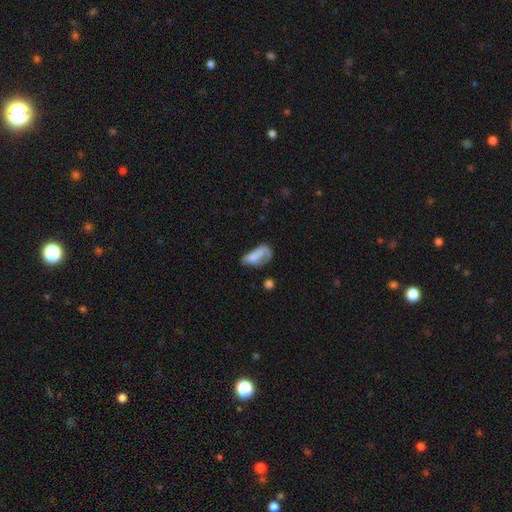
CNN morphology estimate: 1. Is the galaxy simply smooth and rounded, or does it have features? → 62% smooth, 29% featured or disk, 9% star or artifact.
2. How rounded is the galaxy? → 83% in between, 12% cigar-shaped, 5% round.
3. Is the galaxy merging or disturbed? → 37% major disturbance, 27% none, 24% minor disturbance, 12% merger.